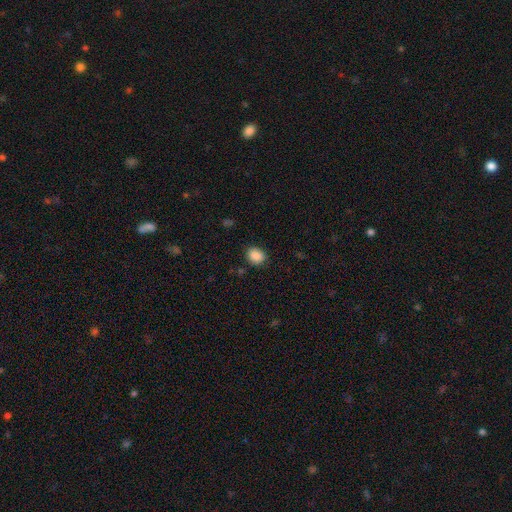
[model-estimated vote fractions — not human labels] smooth 88%, star or artifact 9%, featured or disk 4%. Down the decision tree: how rounded — round (56%); merging — none (86%).